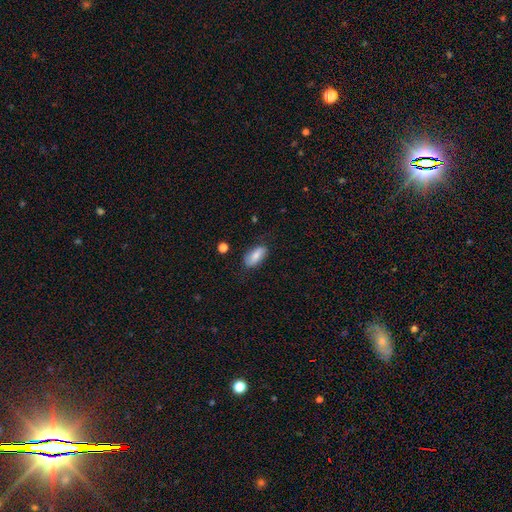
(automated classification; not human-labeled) smooth-or-featured: smooth: 77% | featured or disk: 16% | star or artifact: 7%
  how-rounded: in between: 90% | cigar-shaped: 6% | round: 3%
  merging: none: 75% | minor disturbance: 19% | major disturbance: 4% | merger: 2%